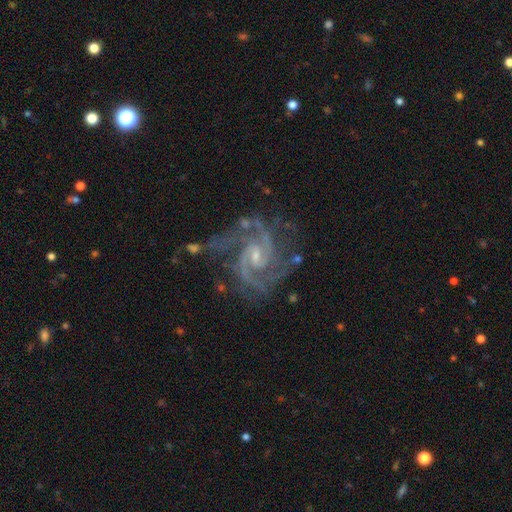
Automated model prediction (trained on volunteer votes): The model was most divided on "bar": weak: 50%, no: 36%, strong: 15%. More confident: spiral arms — yes (99%); edge-on disk — no (98%); smooth or featured — featured or disk (93%); spiral arm count — 2 (70%); bulge size — small (68%); merging — none (63%); spiral winding — medium (53%).